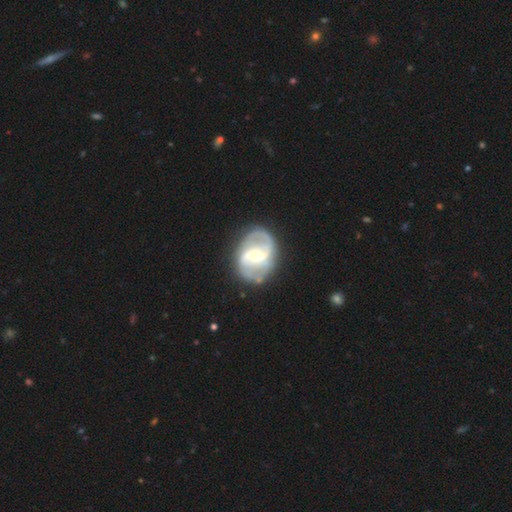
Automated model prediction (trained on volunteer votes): featured or disk 84%, smooth 11%, star or artifact 5%. Down the decision tree: edge-on disk — no (98%); bar — weak (46%); spiral arms — yes (92%); spiral arm count — 2 (88%); spiral winding — medium (48%); bulge size — moderate (46%); merging — none (75%).